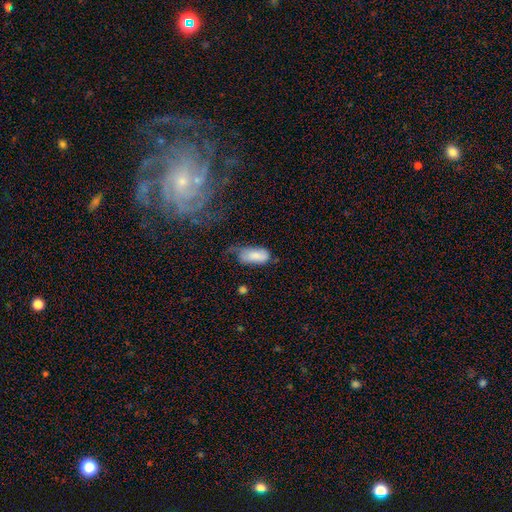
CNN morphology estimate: smooth_or_featured: smooth (p=0.79) [alt: featured or disk p=0.14]
how_rounded: in between (p=0.89) [alt: cigar-shaped p=0.08]
merging: minor disturbance (p=0.39) [alt: major disturbance p=0.29]